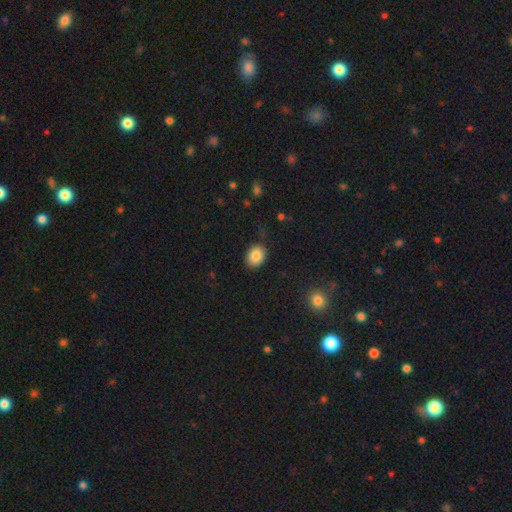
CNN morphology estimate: A smooth galaxy with no disk features (85%) that is in between round and cigar-shaped (57%).

Vote fractions:
- Smooth or featured? smooth: 85% / star or artifact: 9% / featured or disk: 6%
- How rounded? in between: 57% / round: 42% / cigar-shaped: 1%
- Merging? none: 84% / minor disturbance: 12% / major disturbance: 3% / merger: 1%